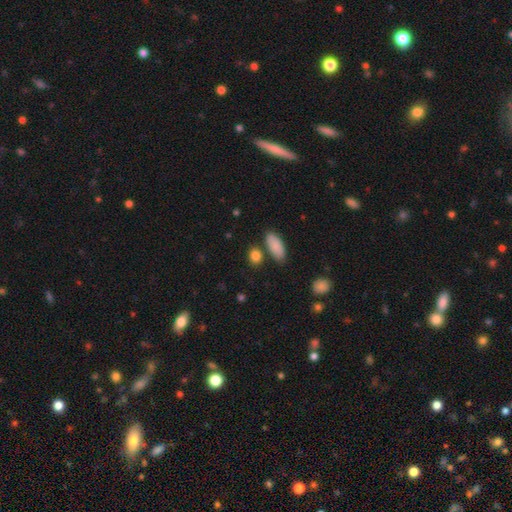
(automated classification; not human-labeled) Overall: smooth (86%). How rounded: in between (58%; round 37%). Merging: none (74%).